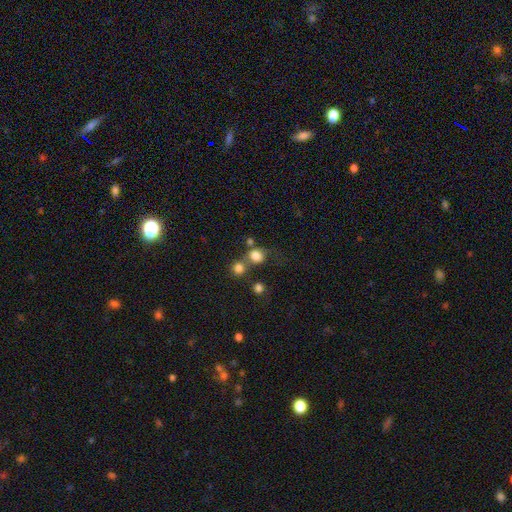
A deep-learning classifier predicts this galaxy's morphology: Smooth or featured: smooth — 79% (star or artifact — 13%)
How rounded: round — 80% (in between — 19%)
Merging: none — 47% (merger — 35%)